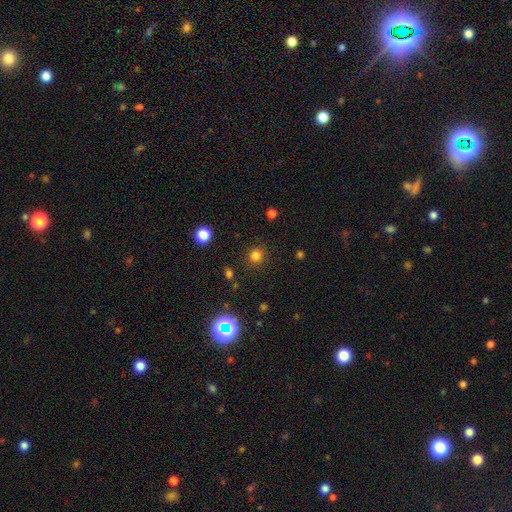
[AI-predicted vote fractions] smooth_or_featured: smooth (p=0.80) [alt: star or artifact p=0.16]
how_rounded: round (p=0.89) [alt: in between p=0.10]
merging: none (p=0.89) [alt: minor disturbance p=0.07]